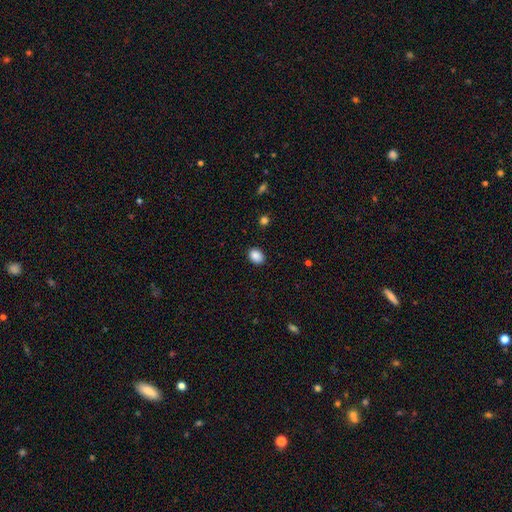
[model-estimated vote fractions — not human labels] A smooth galaxy with no disk features (88%) that is in between round and cigar-shaped (70%).

Vote fractions:
- Smooth or featured? smooth: 88% / star or artifact: 8% / featured or disk: 3%
- How rounded? in between: 70% / round: 29% / cigar-shaped: 1%
- Merging? none: 89% / minor disturbance: 8% / major disturbance: 2% / merger: 1%